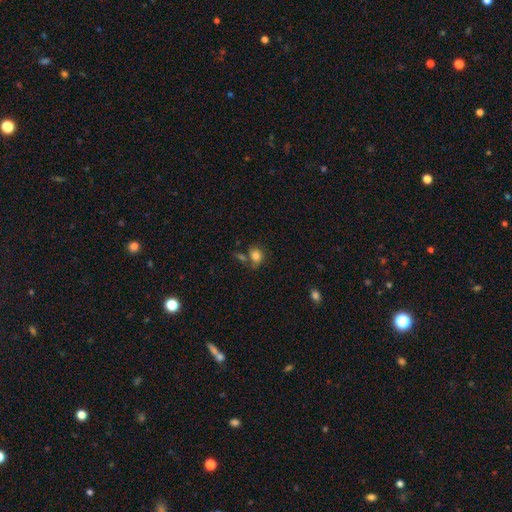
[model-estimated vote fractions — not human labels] smooth_or_featured: smooth (p=0.80) [alt: star or artifact p=0.10]
how_rounded: round (p=0.53) [alt: in between p=0.45]
merging: none (p=0.49) [alt: merger p=0.23]